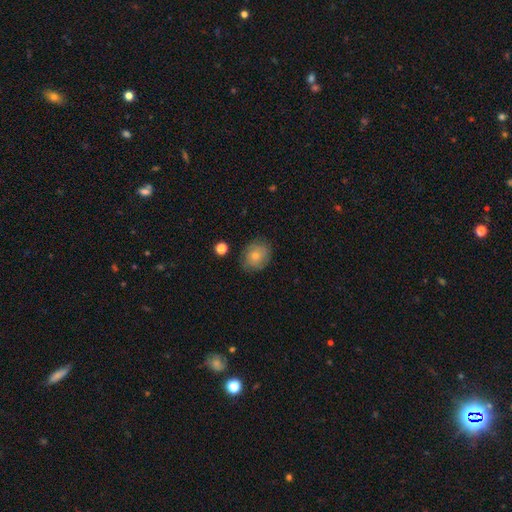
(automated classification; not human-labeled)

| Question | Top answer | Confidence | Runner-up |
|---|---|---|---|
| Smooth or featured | smooth | 67% | featured or disk (24%) |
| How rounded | round | 61% | in between (38%) |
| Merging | none | 79% | minor disturbance (15%) |